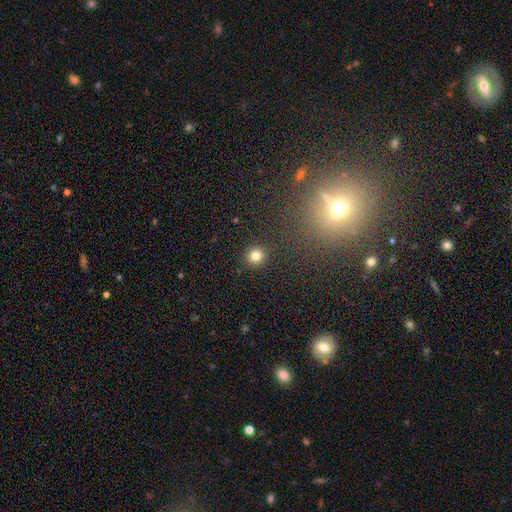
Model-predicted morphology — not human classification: Smooth or featured? smooth (82%)
How rounded? round (93%)
Merging? none (91%)